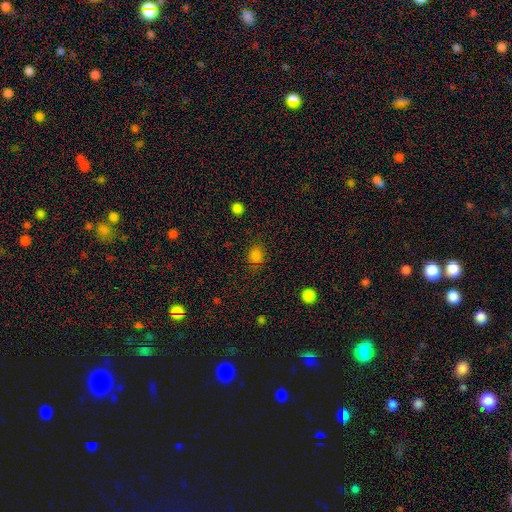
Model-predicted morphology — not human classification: A smooth galaxy with no disk features (81%) that is round (69%).

Vote fractions:
- Smooth or featured? smooth: 81% / star or artifact: 15% / featured or disk: 4%
- How rounded? round: 69% / in between: 30% / cigar-shaped: 1%
- Merging? none: 78% / minor disturbance: 15% / major disturbance: 5% / merger: 2%